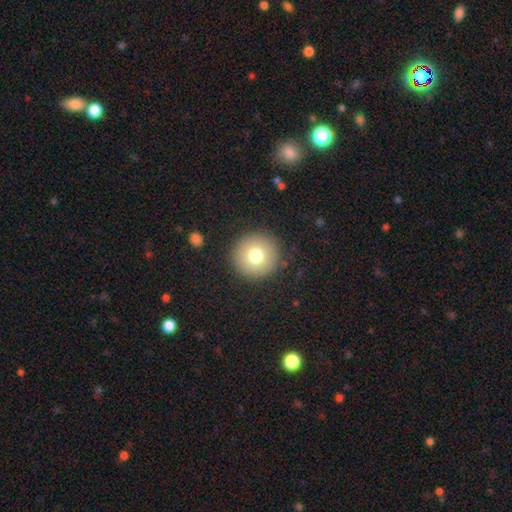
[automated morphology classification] Smooth or featured?
  - smooth: 75% *
  - featured or disk: 14%
  - star or artifact: 11%
How rounded?
  - round: 96% *
  - in between: 4%
  - cigar-shaped: 1%
Merging?
  - none: 90% *
  - minor disturbance: 6%
  - major disturbance: 3%
  - merger: 1%